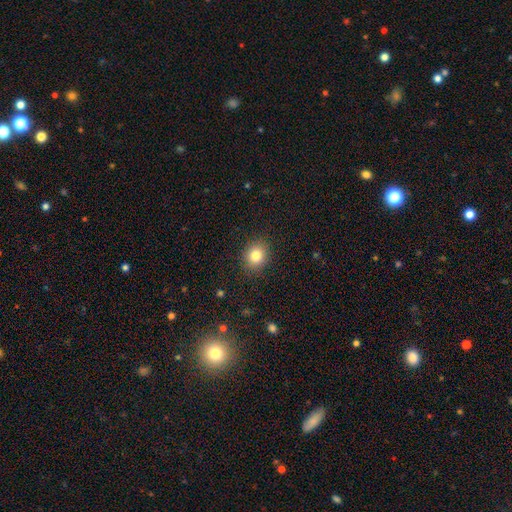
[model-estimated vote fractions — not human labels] This appears to be a smooth galaxy with no disk features (82%) that is round (69%). Merging: none (89%).